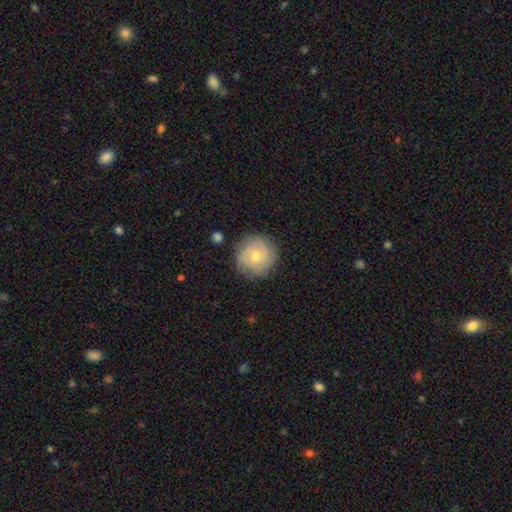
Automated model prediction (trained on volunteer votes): Q: Smooth or featured?
A: smooth (48%); runner-up: featured or disk (45%)
Q: Merging?
A: none (82%); runner-up: minor disturbance (13%)